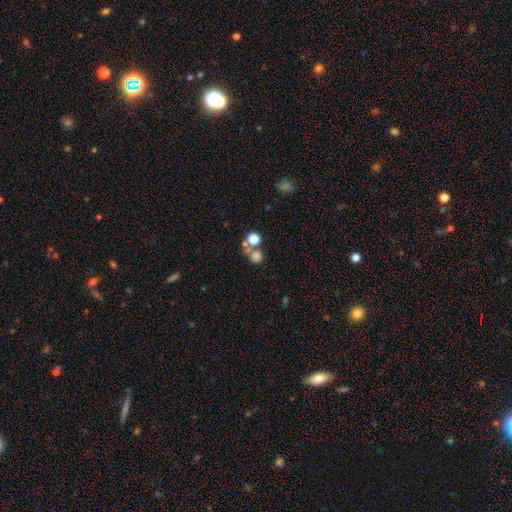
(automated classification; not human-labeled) The model was most divided on "merging": none: 50%, merger: 35%, minor disturbance: 8%, major disturbance: 6%. More confident: how rounded — round (87%); smooth or featured — smooth (74%).